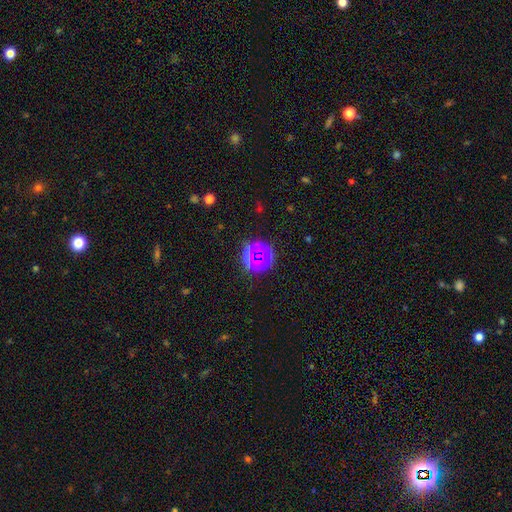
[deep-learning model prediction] A star or artifact, not a galaxy (63%).

Vote fractions:
- Smooth or featured? star or artifact: 63% / smooth: 26% / featured or disk: 11%